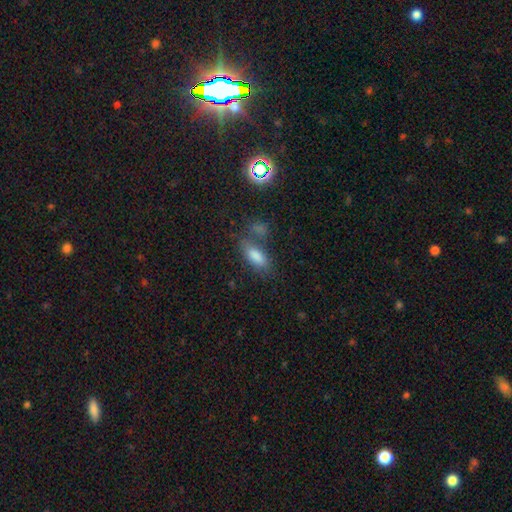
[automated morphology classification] A smooth galaxy with no disk features (78%) that is in between round and cigar-shaped (78%).

Vote fractions:
- Smooth or featured? smooth: 78% / star or artifact: 13% / featured or disk: 9%
- How rounded? in between: 78% / cigar-shaped: 17% / round: 5%
- Merging? none: 56% / merger: 18% / minor disturbance: 17% / major disturbance: 9%